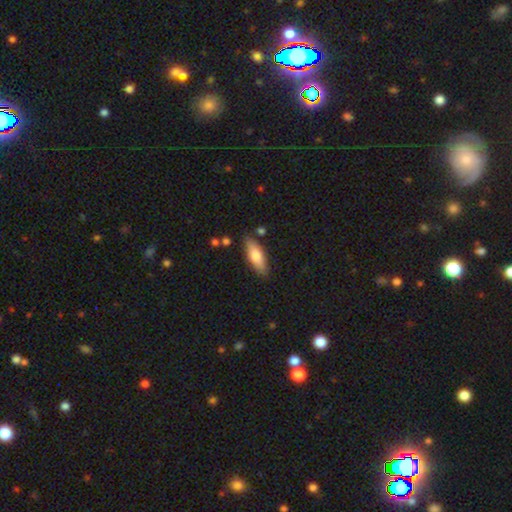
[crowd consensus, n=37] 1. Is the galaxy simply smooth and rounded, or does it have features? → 86% smooth, 11% featured or disk, 3% star or artifact.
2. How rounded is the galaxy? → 62% in between, 34% cigar-shaped, 3% round.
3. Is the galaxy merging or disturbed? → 81% none, 11% minor disturbance, 8% major disturbance, 0% merger.